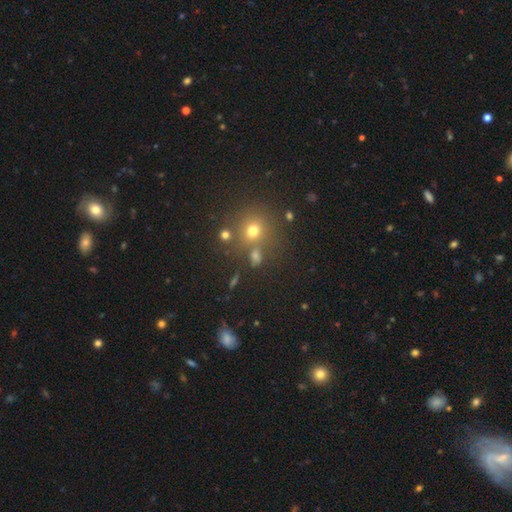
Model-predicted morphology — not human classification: Smooth or featured? smooth (60%)
How rounded? round (76%)
Merging? none (67%)